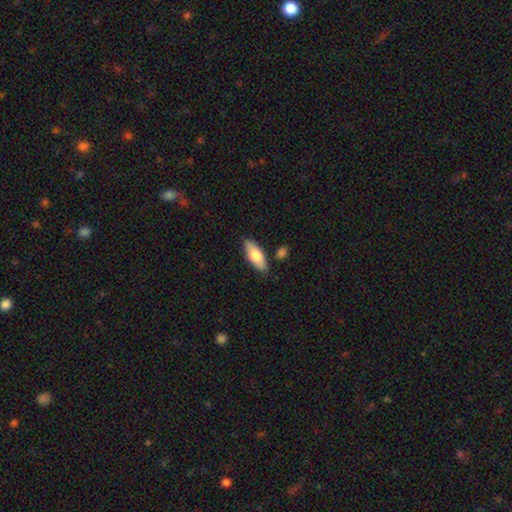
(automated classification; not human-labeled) Q: Smooth or featured?
A: smooth (69%); runner-up: featured or disk (26%)
Q: How rounded?
A: in between (74%); runner-up: cigar-shaped (23%)
Q: Merging?
A: none (82%); runner-up: minor disturbance (12%)